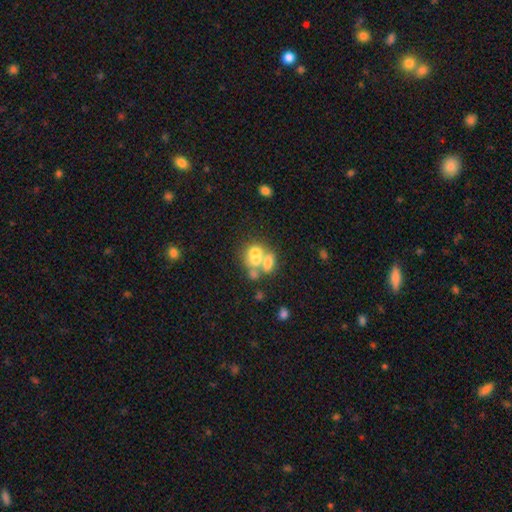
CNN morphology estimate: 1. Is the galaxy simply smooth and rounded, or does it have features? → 53% smooth, 33% featured or disk, 14% star or artifact.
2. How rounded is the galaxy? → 50% round, 48% in between, 2% cigar-shaped.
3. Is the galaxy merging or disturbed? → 61% merger, 24% none, 7% minor disturbance, 7% major disturbance.